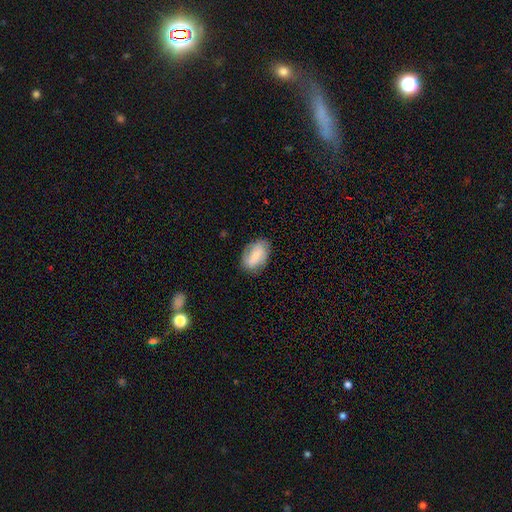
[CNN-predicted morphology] Smooth or featured: smooth — 60% (featured or disk — 33%)
How rounded: in between — 88% (round — 10%)
Merging: none — 76% (minor disturbance — 18%)